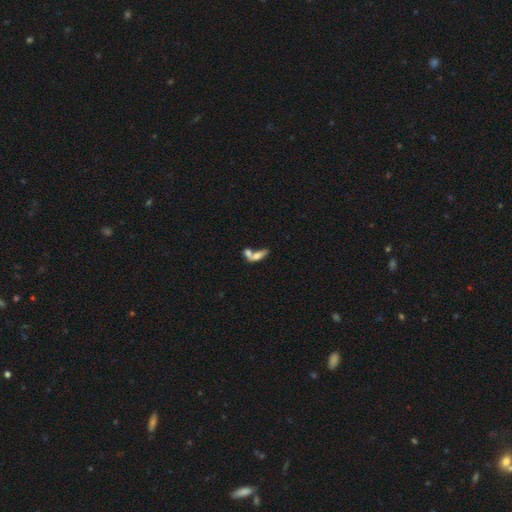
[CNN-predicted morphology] smooth_or_featured: smooth (p=0.62) [alt: featured or disk p=0.30]
how_rounded: in between (p=0.64) [alt: cigar-shaped p=0.29]
merging: merger (p=0.60) [alt: none p=0.26]